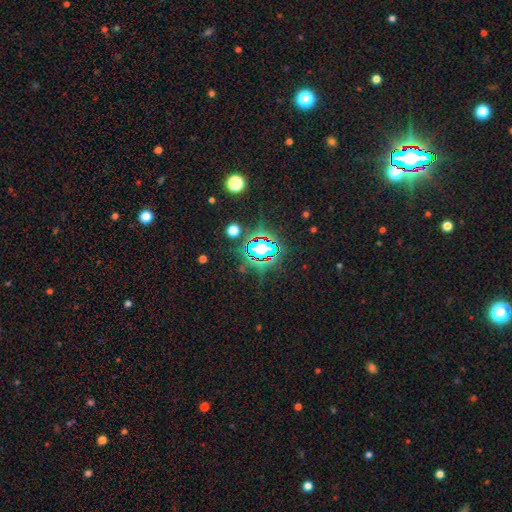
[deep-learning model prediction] Overall: star or artifact (73%).